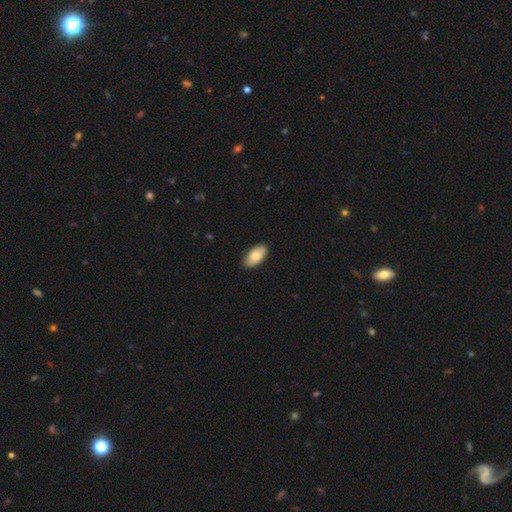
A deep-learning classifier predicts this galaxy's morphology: The model was most divided on "smooth or featured": smooth: 81%, featured or disk: 13%, star or artifact: 6%. More confident: how rounded — in between (94%); merging — none (83%).